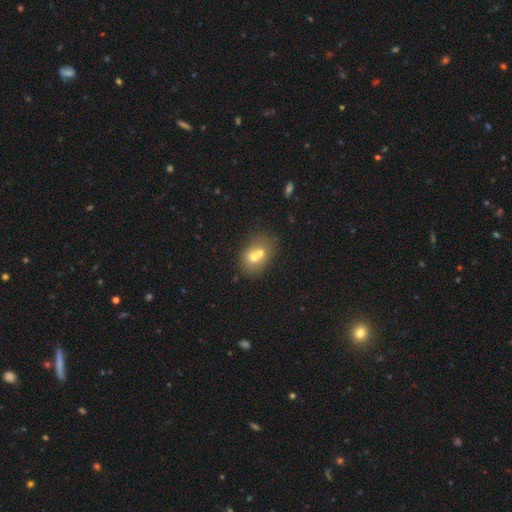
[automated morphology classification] smooth-or-featured: smooth: 62% | featured or disk: 28% | star or artifact: 11%
  how-rounded: round: 51% | in between: 48% | cigar-shaped: 1%
  merging: merger: 61% | none: 28% | minor disturbance: 7% | major disturbance: 3%